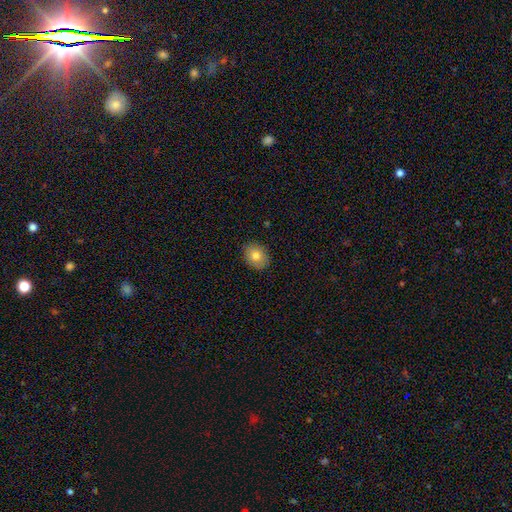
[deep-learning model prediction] Smooth or featured: smooth — 81% (featured or disk — 10%)
How rounded: round — 54% (in between — 46%)
Merging: none — 87% (minor disturbance — 10%)